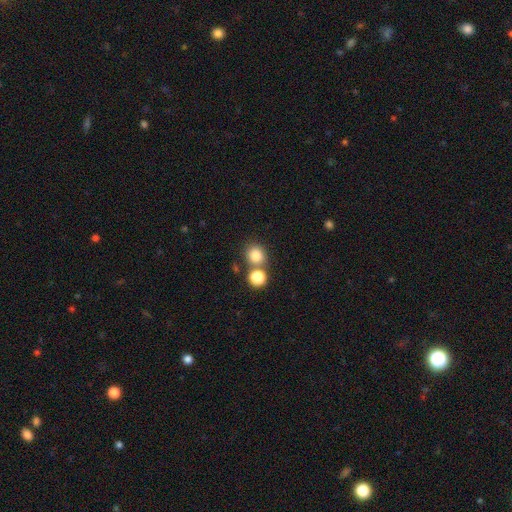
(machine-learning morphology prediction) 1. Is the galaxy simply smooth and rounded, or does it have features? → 81% smooth, 12% star or artifact, 6% featured or disk.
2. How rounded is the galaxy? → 84% round, 15% in between, 1% cigar-shaped.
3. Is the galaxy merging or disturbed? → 65% none, 24% merger, 8% minor disturbance, 3% major disturbance.